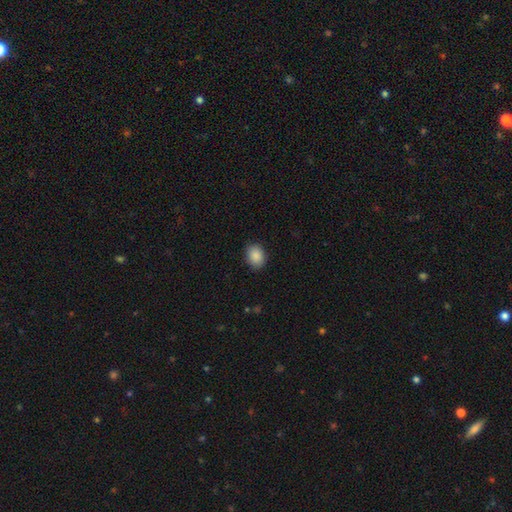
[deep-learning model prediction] This appears to be a smooth galaxy with no disk features (89%) that is in between round and cigar-shaped (64%). Merging: none (88%).